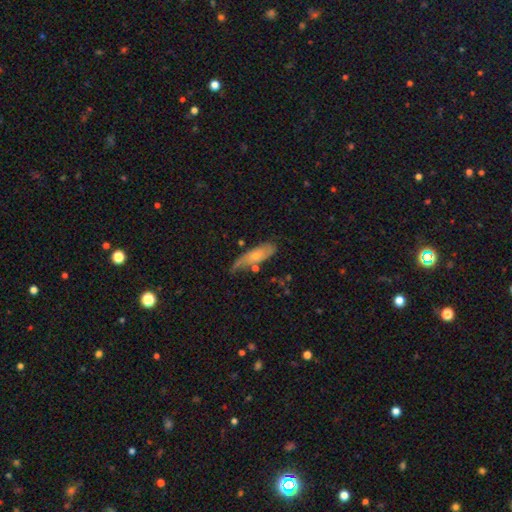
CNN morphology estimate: Smooth or featured? Predicted: featured or disk (p=0.50). Merging? Predicted: none (p=0.56).